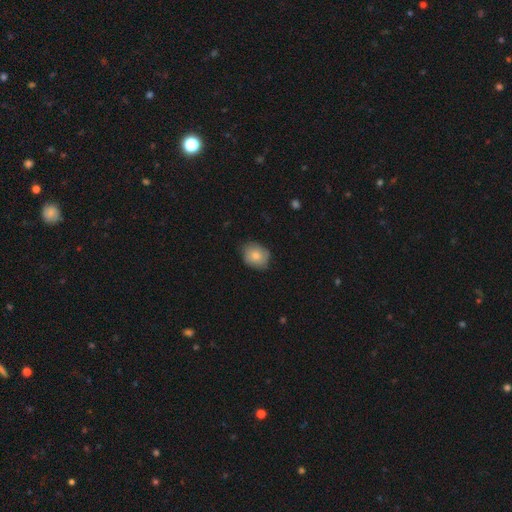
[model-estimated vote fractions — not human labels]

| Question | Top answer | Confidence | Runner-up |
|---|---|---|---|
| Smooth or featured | smooth | 77% | featured or disk (17%) |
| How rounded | round | 56% | in between (43%) |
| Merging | none | 72% | minor disturbance (23%) |